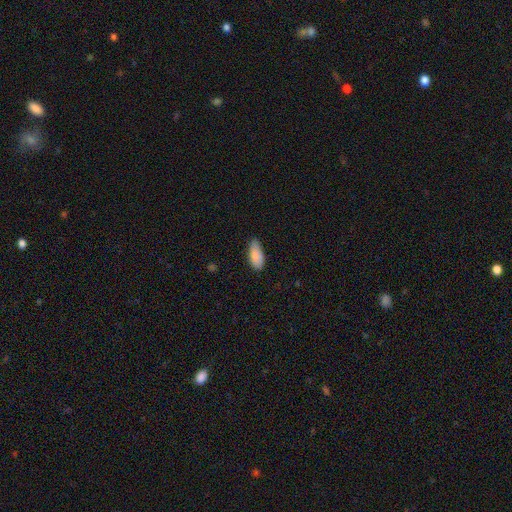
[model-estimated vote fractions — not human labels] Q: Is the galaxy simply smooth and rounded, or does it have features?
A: smooth — 85%.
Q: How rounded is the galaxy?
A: in between — 88%.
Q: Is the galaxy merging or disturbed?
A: none — 65%.